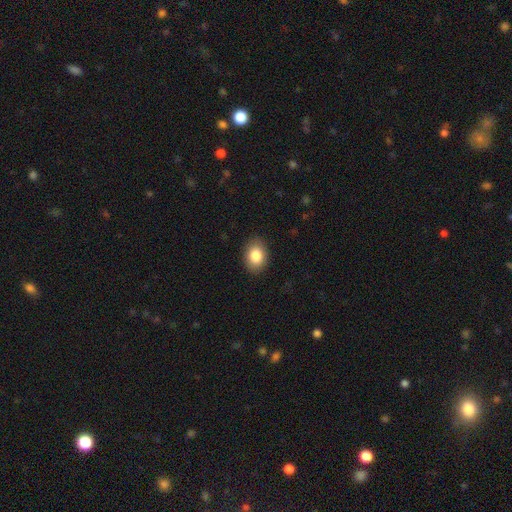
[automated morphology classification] A smooth galaxy with no disk features (85%) that is in between round and cigar-shaped (76%). Merging: none (88%).